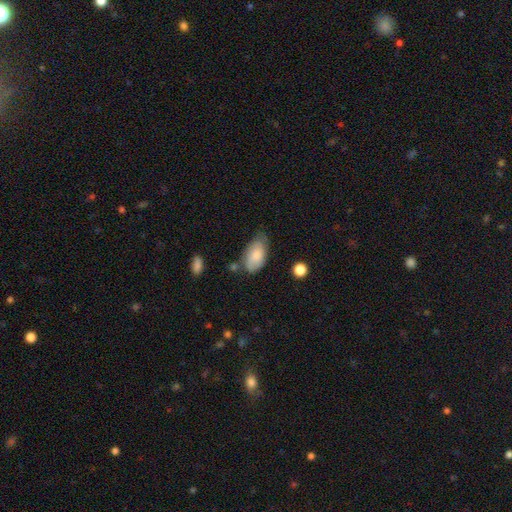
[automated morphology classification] smooth_or_featured: smooth (p=0.82) [alt: featured or disk p=0.12]
how_rounded: in between (p=0.94) [alt: round p=0.03]
merging: none (p=0.55) [alt: minor disturbance p=0.33]